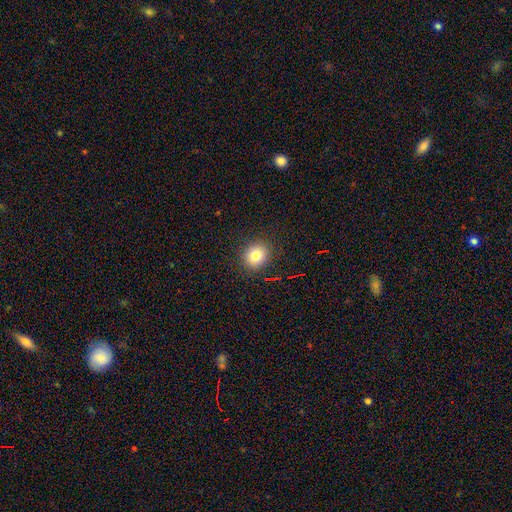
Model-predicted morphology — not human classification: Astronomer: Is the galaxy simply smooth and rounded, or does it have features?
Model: smooth — 79%.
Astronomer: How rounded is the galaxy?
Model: round — 73%.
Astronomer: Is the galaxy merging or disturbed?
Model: none — 88%.